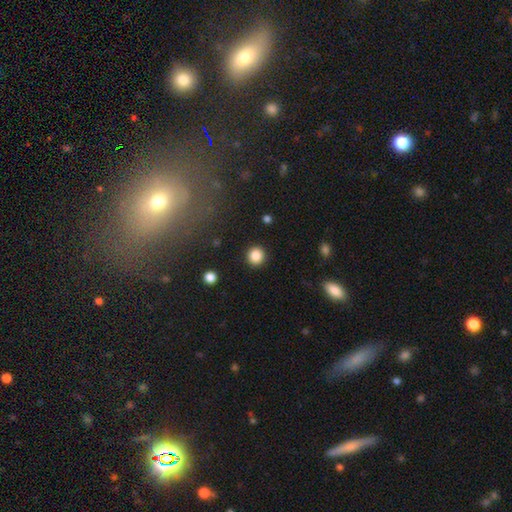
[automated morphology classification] This is clearly a smooth galaxy (86%). How rounded: clearly round (93%). Merging: clearly none (91%).